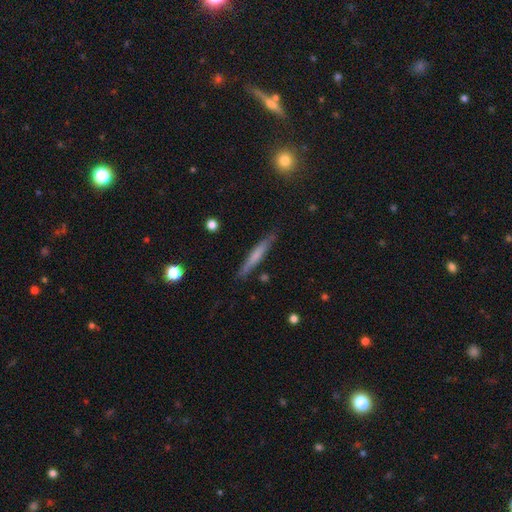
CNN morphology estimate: Q: Smooth or featured?
A: smooth (59%); runner-up: featured or disk (35%)
Q: How rounded?
A: cigar-shaped (94%); runner-up: in between (4%)
Q: Merging?
A: none (85%); runner-up: minor disturbance (11%)